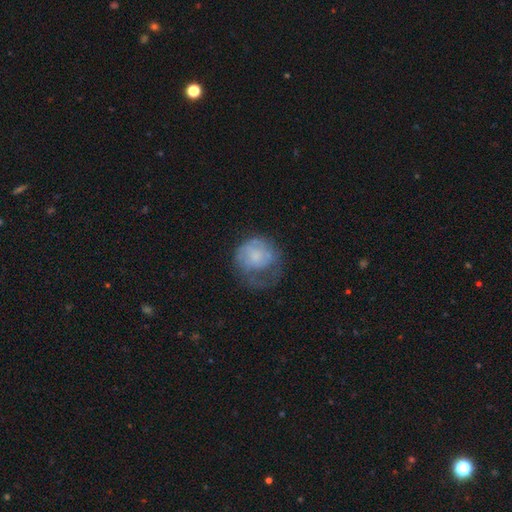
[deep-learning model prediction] The model was most divided on "merging": major disturbance: 39%, none: 33%, minor disturbance: 25%, merger: 2%. More confident: how rounded — round (77%); smooth or featured — smooth (52%).